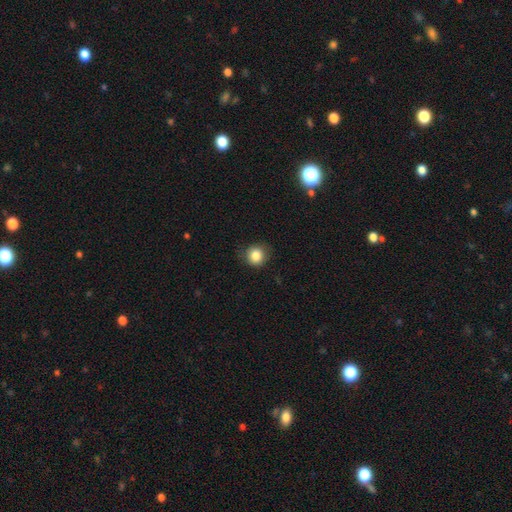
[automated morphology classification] Smooth or featured?
  - smooth: 85% *
  - star or artifact: 10%
  - featured or disk: 5%
How rounded?
  - round: 86% *
  - in between: 13%
  - cigar-shaped: 1%
Merging?
  - none: 80% *
  - minor disturbance: 16%
  - major disturbance: 4%
  - merger: 1%